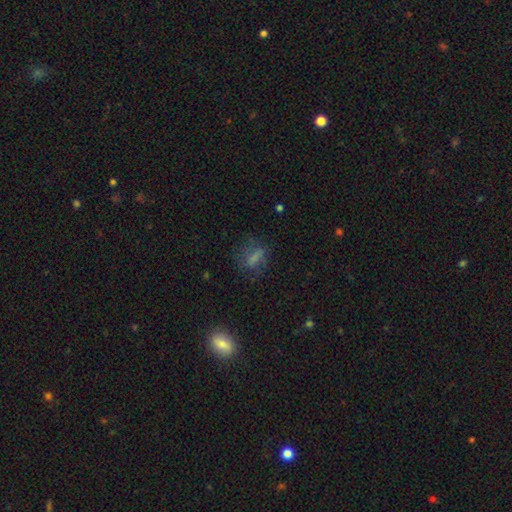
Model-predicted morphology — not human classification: The model was most divided on "how rounded": in between: 53%, cigar-shaped: 28%, round: 19%. More confident: merging — none (69%); smooth or featured — smooth (57%).